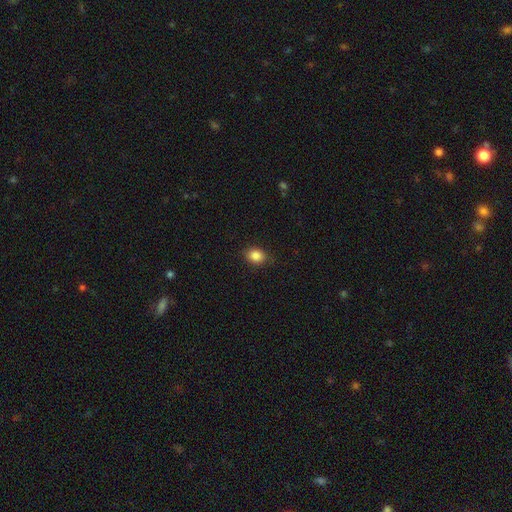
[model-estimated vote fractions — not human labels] This appears to be a smooth galaxy with no disk features (86%) that is in between round and cigar-shaped (50%). Merging: none (85%).